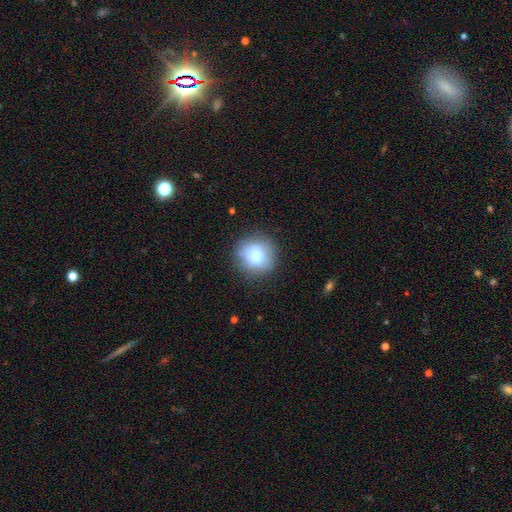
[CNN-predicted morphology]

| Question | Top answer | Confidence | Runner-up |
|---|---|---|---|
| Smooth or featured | smooth | 79% | featured or disk (12%) |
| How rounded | round | 90% | in between (9%) |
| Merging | none | 80% | minor disturbance (14%) |